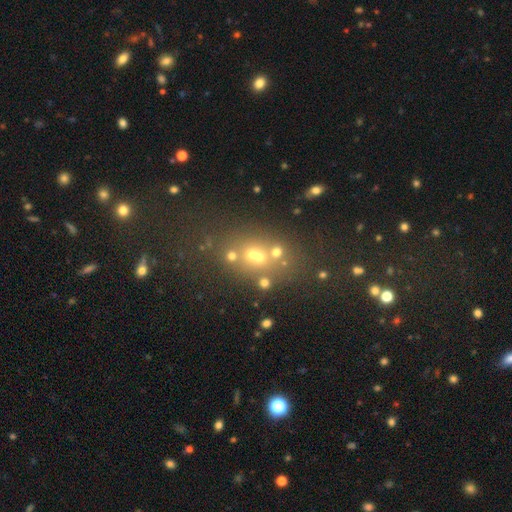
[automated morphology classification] This is marginally a smooth galaxy (41%). Merging: possibly none (49%).